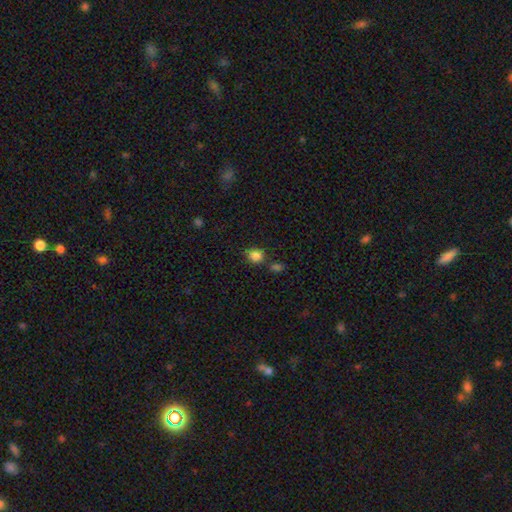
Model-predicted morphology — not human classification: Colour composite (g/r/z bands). It shows a smooth galaxy with no disk features (85%) that is round (75%). Merging: none (74%).